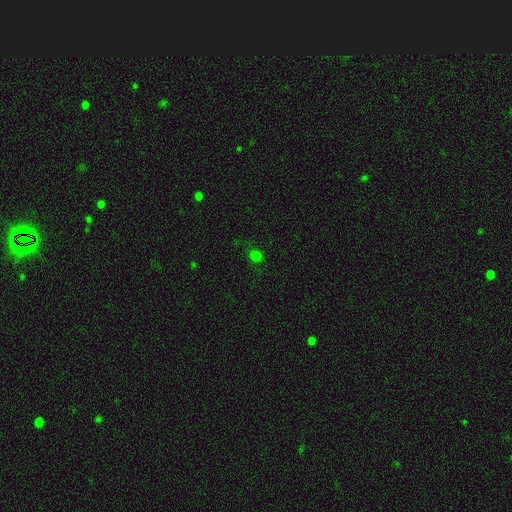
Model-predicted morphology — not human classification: Smooth or featured?
  - smooth: 73% *
  - star or artifact: 23%
  - featured or disk: 4%
How rounded?
  - round: 76% *
  - in between: 23%
  - cigar-shaped: 1%
Merging?
  - none: 84% *
  - minor disturbance: 11%
  - major disturbance: 4%
  - merger: 2%